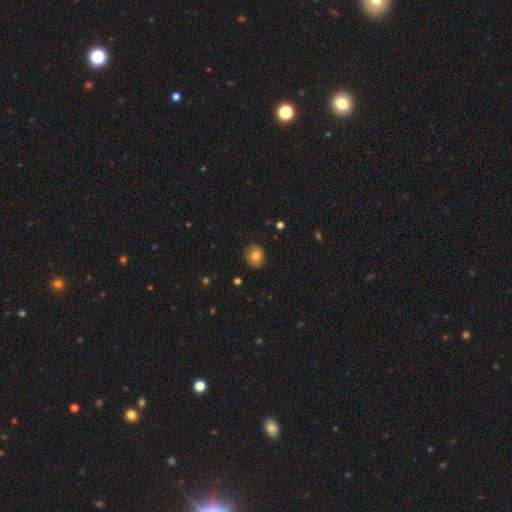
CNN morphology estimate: This appears to be a smooth galaxy with no disk features (77%) that is round (77%). Merging: none (86%).